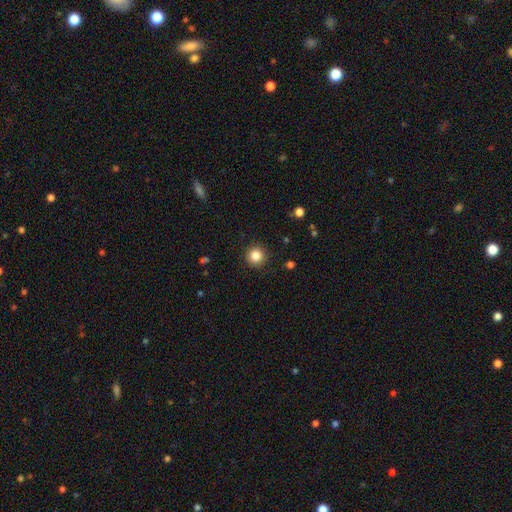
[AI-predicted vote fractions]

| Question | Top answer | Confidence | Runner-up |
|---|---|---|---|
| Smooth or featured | smooth | 84% | star or artifact (11%) |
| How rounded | round | 95% | in between (4%) |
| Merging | none | 92% | minor disturbance (5%) |